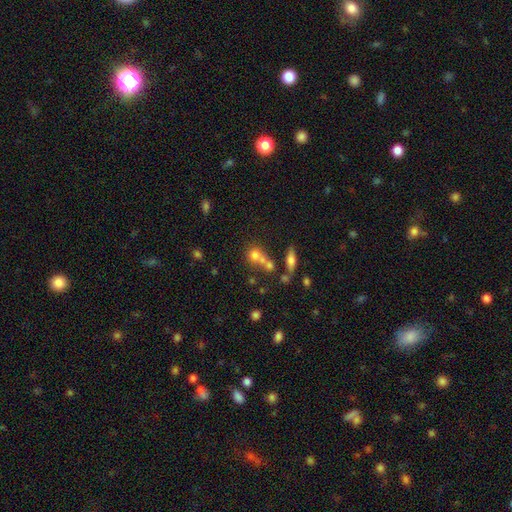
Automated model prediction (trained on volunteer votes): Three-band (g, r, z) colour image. It shows a smooth galaxy with no disk features (67%) that is round (72%). Merging: merger (48%).